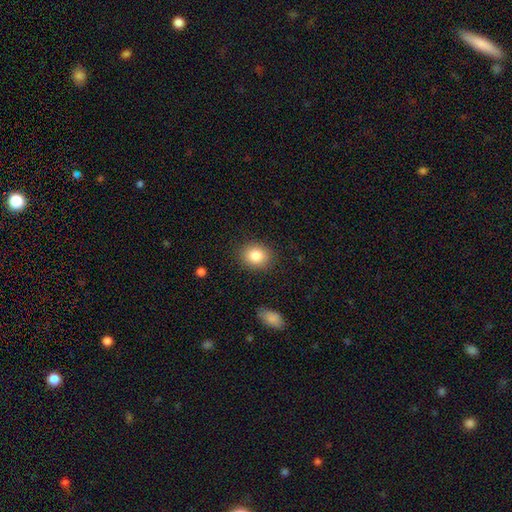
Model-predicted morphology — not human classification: This appears to be a smooth galaxy with no disk features (83%) that is round (58%). Merging: none (87%).